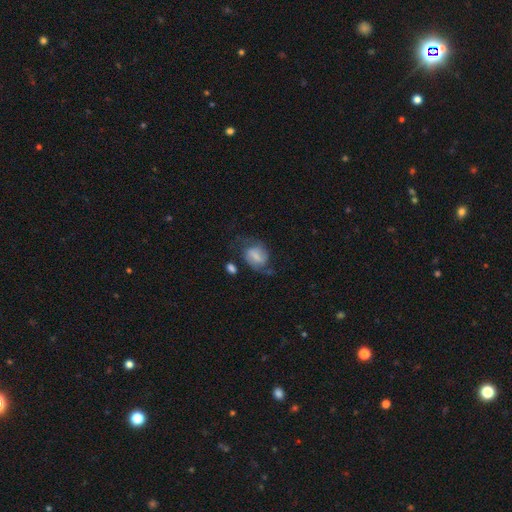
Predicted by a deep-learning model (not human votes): smooth_or_featured: featured or disk (p=0.49) [alt: smooth p=0.42]
merging: none (p=0.43) [alt: major disturbance p=0.25]